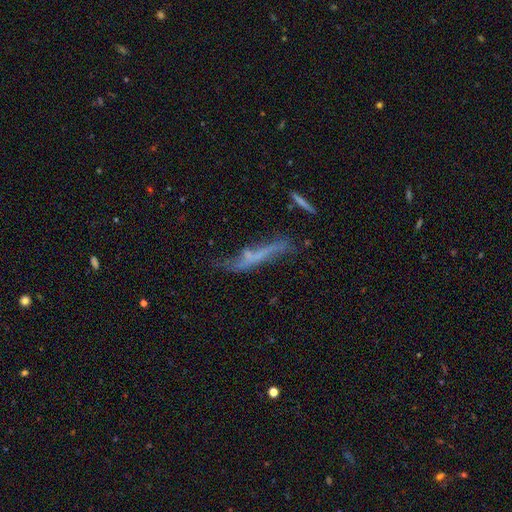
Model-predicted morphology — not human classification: A featured or disk galaxy (56%) viewed edge-on (59%).

Vote fractions:
- Smooth or featured? featured or disk: 56% / smooth: 33% / star or artifact: 11%
- Edge-on disk? yes: 59% / no: 41%
- Merging? none: 46% / minor disturbance: 27% / major disturbance: 19% / merger: 9%